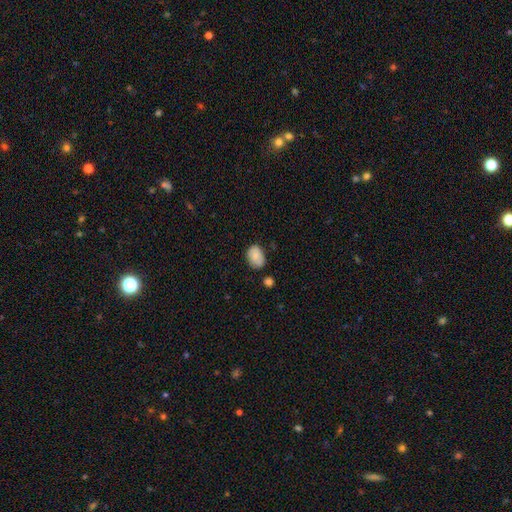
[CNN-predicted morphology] Smooth or featured: smooth — 80% (featured or disk — 12%)
How rounded: in between — 78% (round — 21%)
Merging: none — 69% (minor disturbance — 22%)